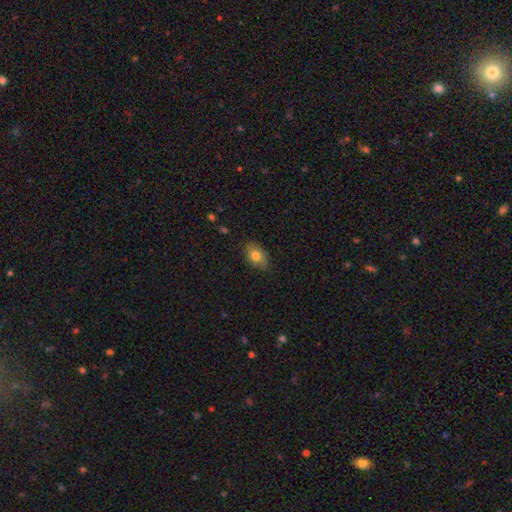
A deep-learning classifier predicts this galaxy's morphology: This is likely a smooth galaxy (78%). How rounded: clearly in between (87%). Merging: clearly none (82%).